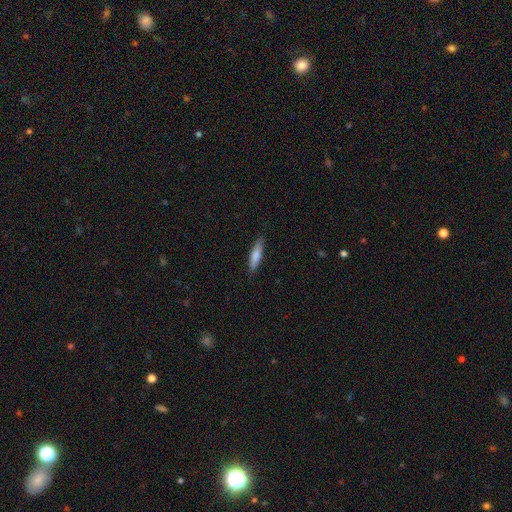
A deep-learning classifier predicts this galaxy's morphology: The model was most divided on "smooth or featured": smooth: 75%, featured or disk: 20%, star or artifact: 6%. More confident: merging — none (86%); how rounded — cigar-shaped (77%).